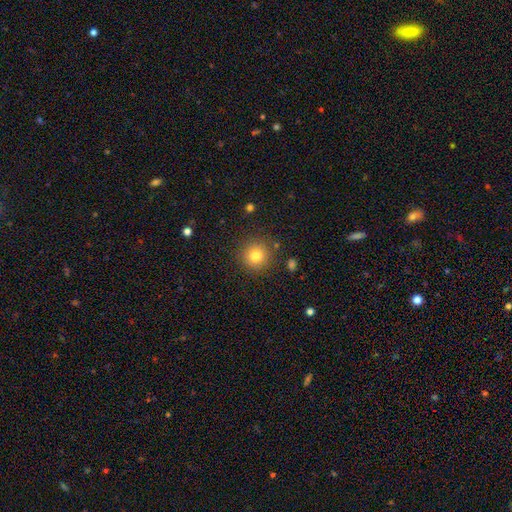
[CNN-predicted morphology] smooth-or-featured: smooth: 80% | star or artifact: 12% | featured or disk: 8%
  how-rounded: round: 94% | in between: 6% | cigar-shaped: 1%
  merging: none: 87% | minor disturbance: 8% | major disturbance: 3% | merger: 2%